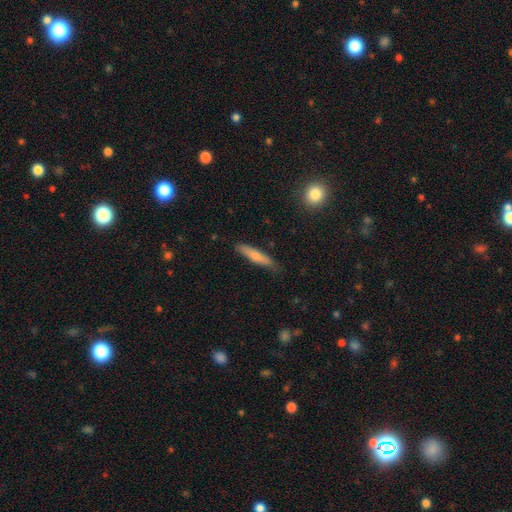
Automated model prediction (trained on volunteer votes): Smooth or featured? Predicted: smooth (p=0.69). How rounded? Predicted: cigar-shaped (p=0.85). Merging? Predicted: none (p=0.82).